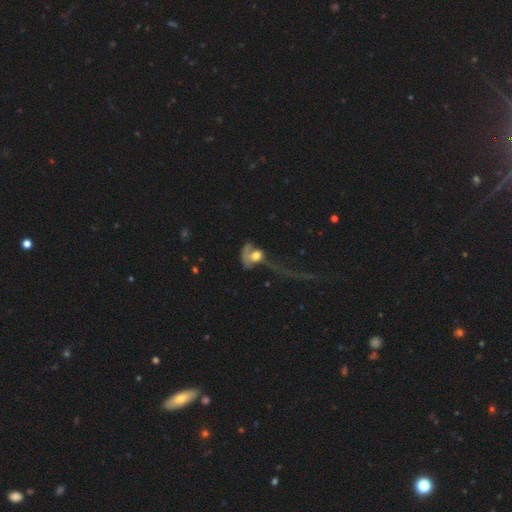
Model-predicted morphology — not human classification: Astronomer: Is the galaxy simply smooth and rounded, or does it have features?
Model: smooth — 46% (runner-up: featured or disk, 43%).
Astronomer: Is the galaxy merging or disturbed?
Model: major disturbance — 61%.